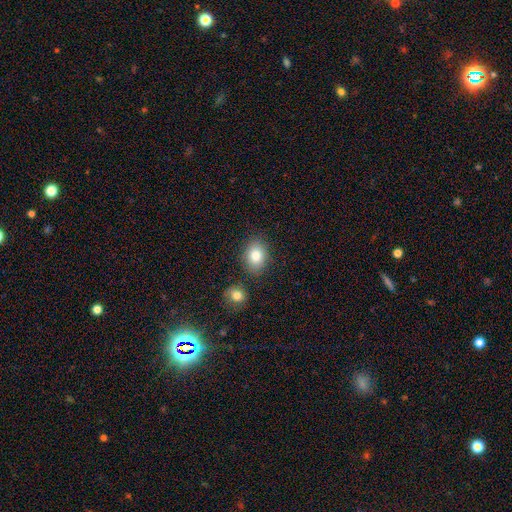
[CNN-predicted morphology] Q: Smooth or featured?
A: smooth (82%); runner-up: featured or disk (9%)
Q: How rounded?
A: in between (64%); runner-up: round (35%)
Q: Merging?
A: none (80%); runner-up: minor disturbance (11%)